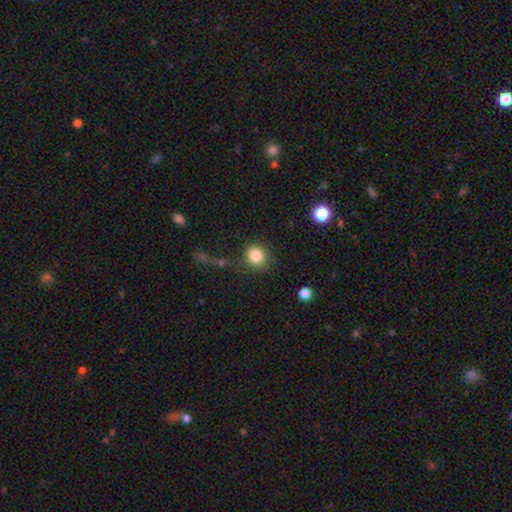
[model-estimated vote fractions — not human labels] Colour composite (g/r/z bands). It shows a smooth galaxy with no disk features (85%) that is round (88%). Merging: none (77%).